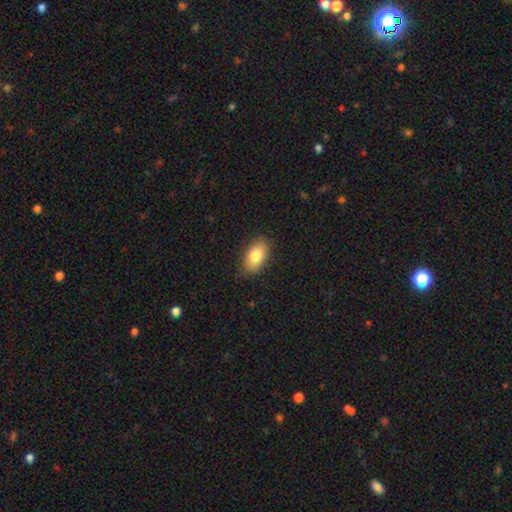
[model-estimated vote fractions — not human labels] Smooth or featured? smooth (81%)
How rounded? in between (92%)
Merging? none (82%)